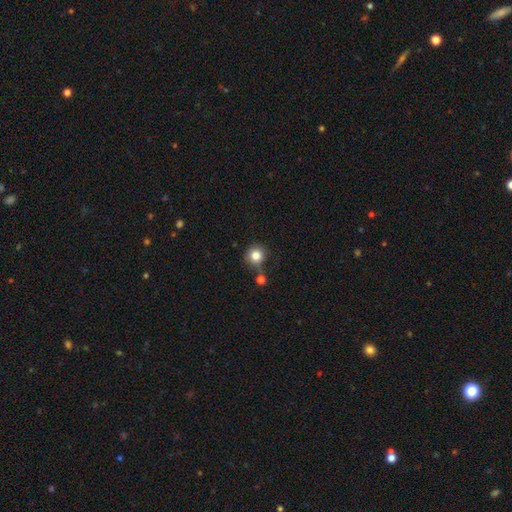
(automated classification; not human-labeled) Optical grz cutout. It shows a smooth galaxy with no disk features (83%) that is round (92%). Merging: none (68%).